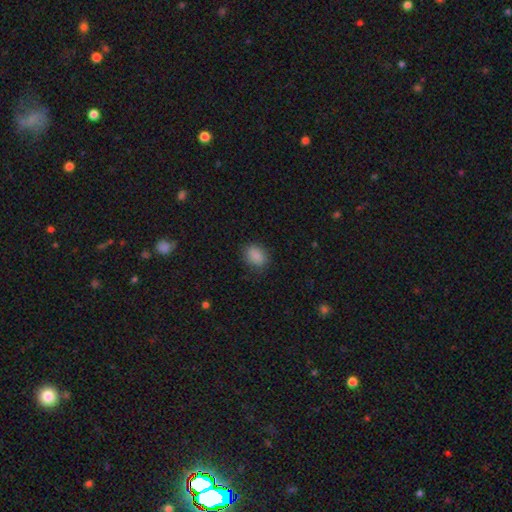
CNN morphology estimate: The model was most divided on "how rounded": in between: 64%, round: 35%, cigar-shaped: 1%. More confident: smooth or featured — smooth (88%); merging — none (82%).